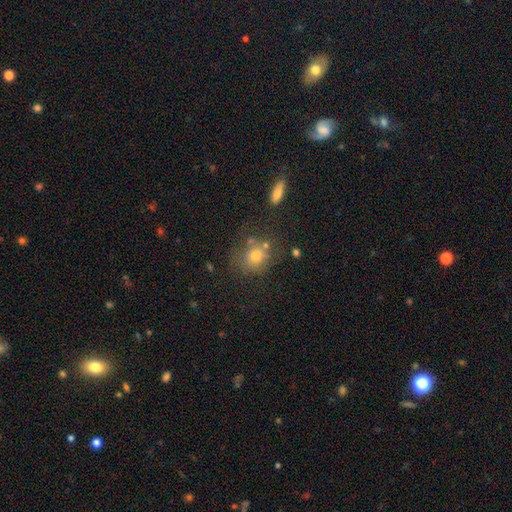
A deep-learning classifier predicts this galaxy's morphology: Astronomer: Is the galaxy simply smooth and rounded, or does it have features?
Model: smooth — 68%.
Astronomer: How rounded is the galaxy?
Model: round — 74%.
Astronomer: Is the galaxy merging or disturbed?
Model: none — 61%.